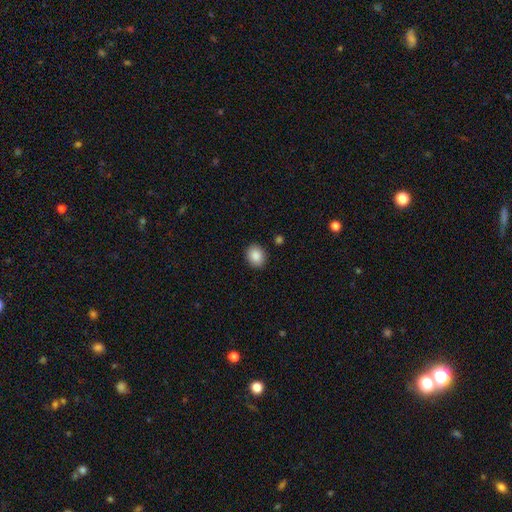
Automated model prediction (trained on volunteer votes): Morphology: type=smooth (88%); roundness=round (54%); merging=none (89%).